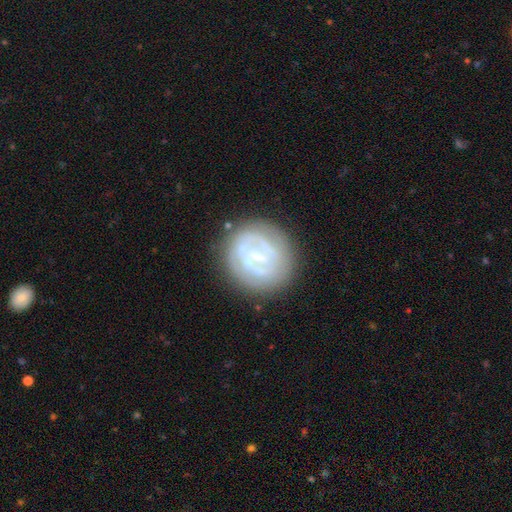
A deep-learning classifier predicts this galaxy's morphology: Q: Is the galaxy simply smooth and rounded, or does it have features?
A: featured or disk — 65%.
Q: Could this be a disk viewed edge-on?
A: no — 97%.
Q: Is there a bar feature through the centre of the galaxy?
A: no — 37%.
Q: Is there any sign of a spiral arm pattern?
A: no — 57%.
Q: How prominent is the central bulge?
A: small — 46%.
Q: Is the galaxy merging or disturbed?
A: none — 75%.